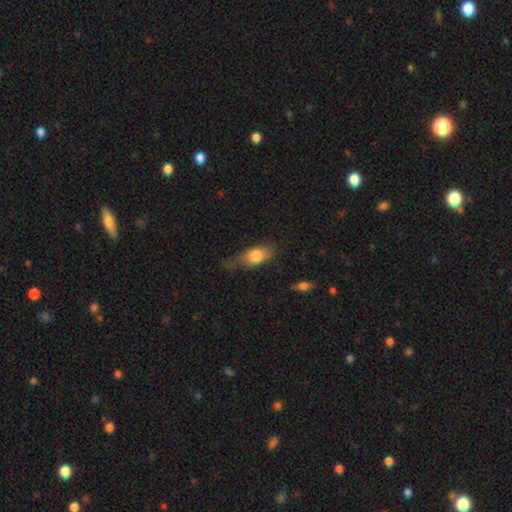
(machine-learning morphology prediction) smooth_or_featured: smooth (p=0.76) [alt: featured or disk p=0.17]
how_rounded: in between (p=0.80) [alt: cigar-shaped p=0.12]
merging: none (p=0.40) [alt: minor disturbance p=0.37]